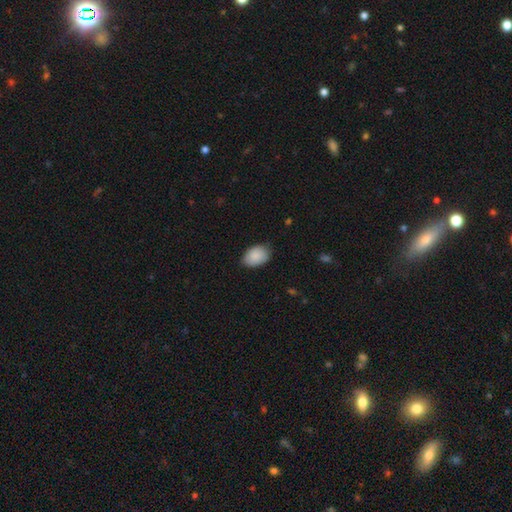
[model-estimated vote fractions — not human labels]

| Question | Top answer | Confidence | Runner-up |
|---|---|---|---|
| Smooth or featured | smooth | 88% | star or artifact (6%) |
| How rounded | in between | 85% | round (14%) |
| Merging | none | 77% | minor disturbance (19%) |